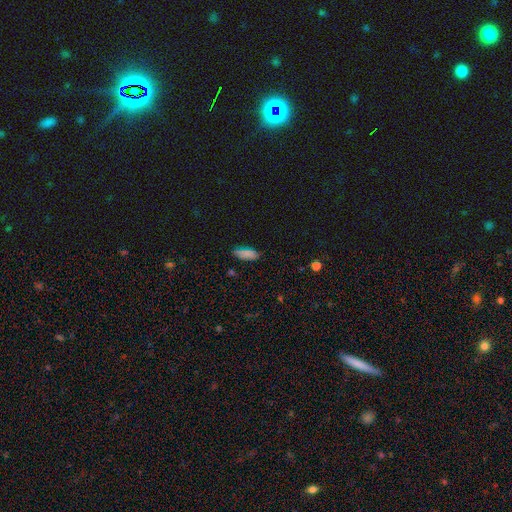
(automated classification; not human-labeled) smooth 54%, star or artifact 31%, featured or disk 15%. Down the decision tree: how rounded — in between (53%); merging — none (82%).